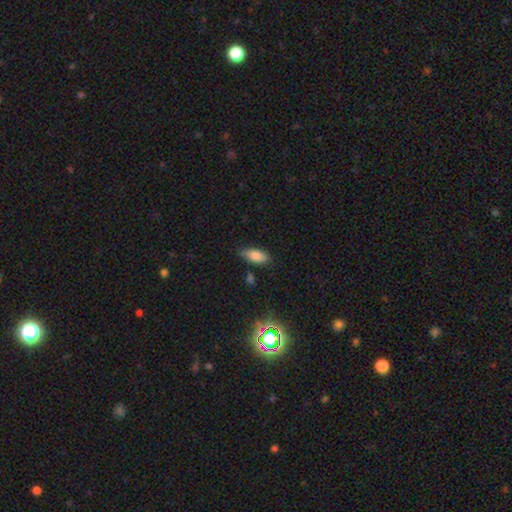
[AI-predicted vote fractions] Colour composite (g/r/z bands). It shows a smooth galaxy with no disk features (81%) that is in between round and cigar-shaped (84%). Merging: none (78%).